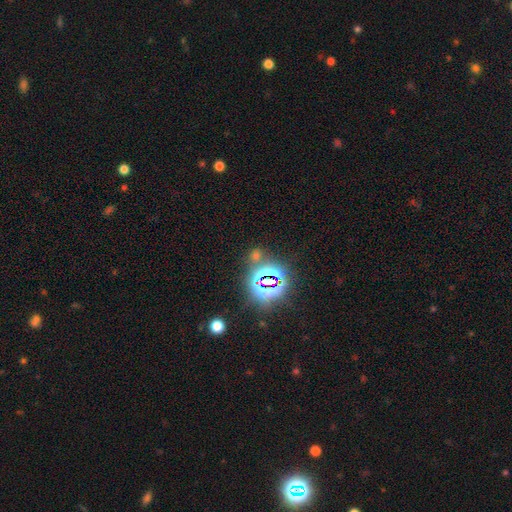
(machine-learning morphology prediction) type=star or artifact (60%).